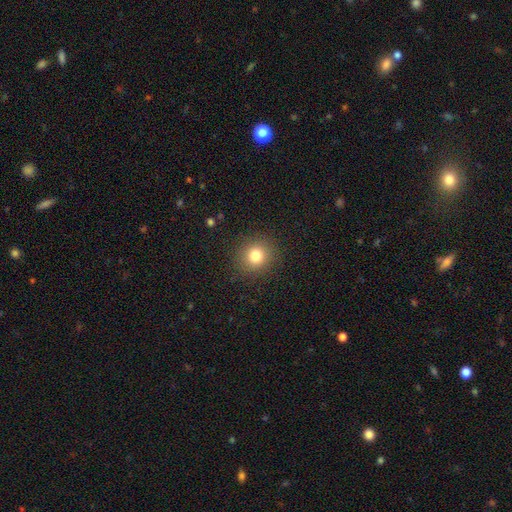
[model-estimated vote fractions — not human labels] A smooth galaxy with no disk features (80%) that is round (88%). Merging: none (90%).